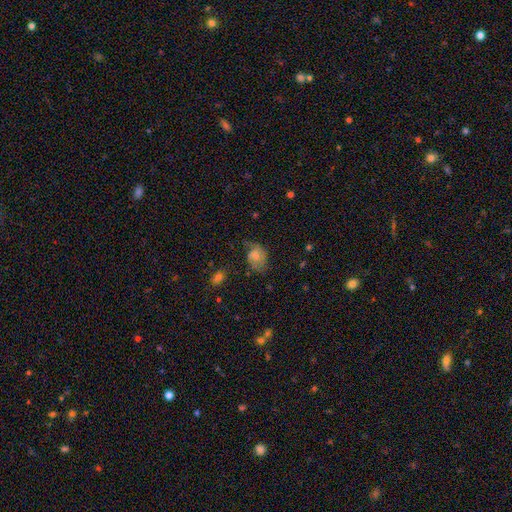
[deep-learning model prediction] Smooth or featured? Predicted: smooth (p=0.49). Merging? Predicted: none (p=0.44).